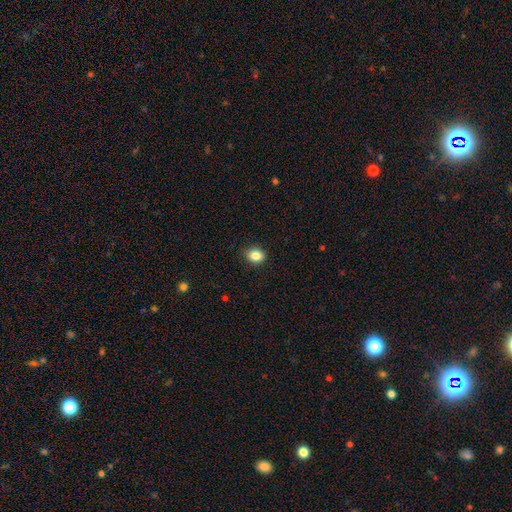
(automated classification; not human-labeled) Smooth or featured? Predicted: smooth (p=0.85). How rounded? Predicted: round (p=0.52). Merging? Predicted: none (p=0.86).